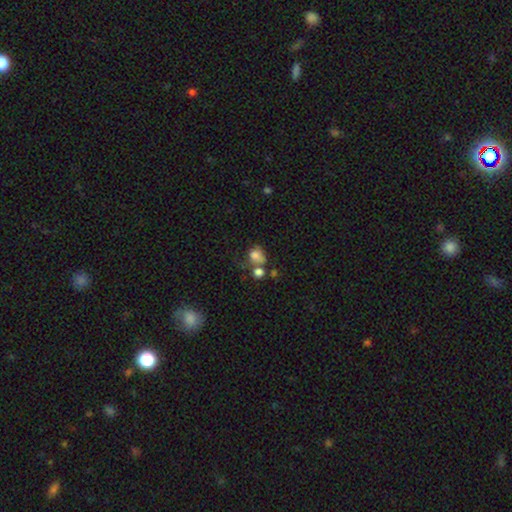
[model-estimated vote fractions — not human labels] Smooth or featured: smooth — 76% (featured or disk — 13%)
How rounded: round — 59% (in between — 40%)
Merging: none — 35% (merger — 33%)